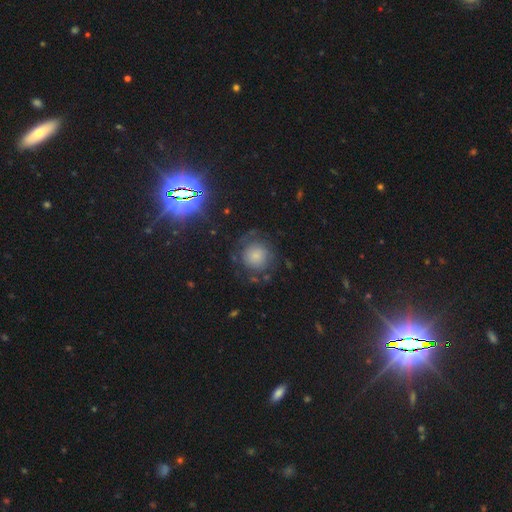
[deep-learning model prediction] A smooth galaxy with no disk features (63%) that is round (90%).

Vote fractions:
- Smooth or featured? smooth: 63% / featured or disk: 25% / star or artifact: 11%
- How rounded? round: 90% / in between: 9% / cigar-shaped: 1%
- Merging? none: 61% / minor disturbance: 19% / major disturbance: 17% / merger: 3%